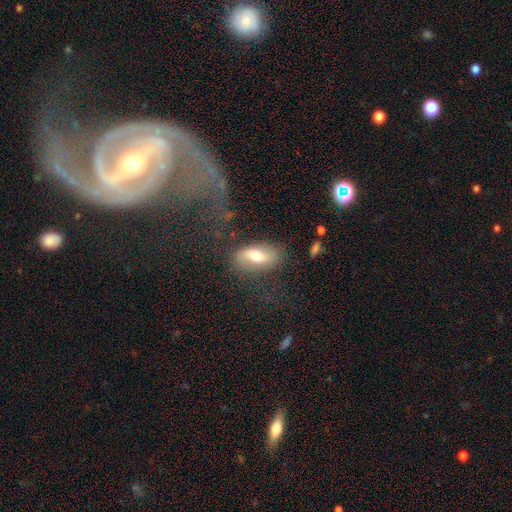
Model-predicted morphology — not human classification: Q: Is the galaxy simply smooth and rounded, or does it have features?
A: smooth — 51%.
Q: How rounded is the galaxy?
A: in between — 85%.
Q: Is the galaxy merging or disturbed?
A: none — 70%.